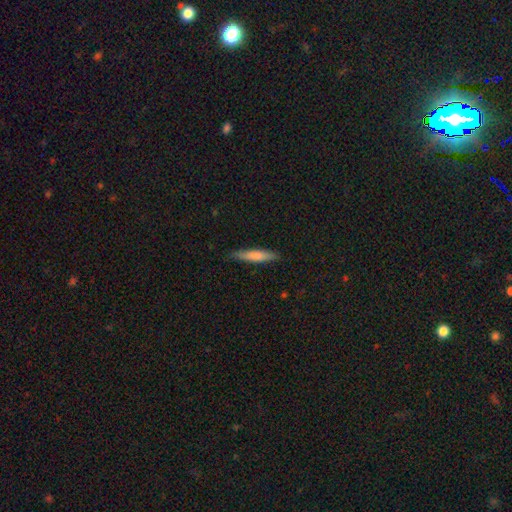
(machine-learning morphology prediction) This is likely a smooth galaxy (75%). How rounded: clearly cigar-shaped (85%). Merging: clearly none (84%).